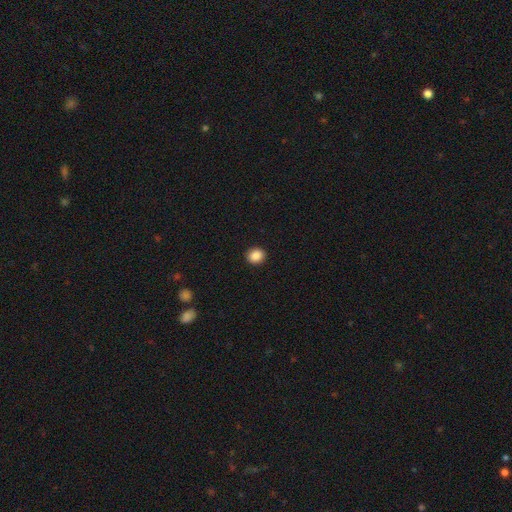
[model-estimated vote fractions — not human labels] Morphology: type=smooth (88%); roundness=round (78%); merging=none (93%).